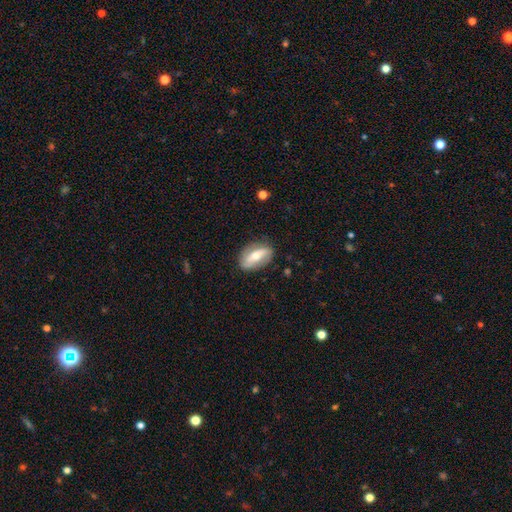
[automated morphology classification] featured or disk 58%, smooth 36%, star or artifact 6%. Down the decision tree: edge-on disk — no (83%); merging — none (79%).